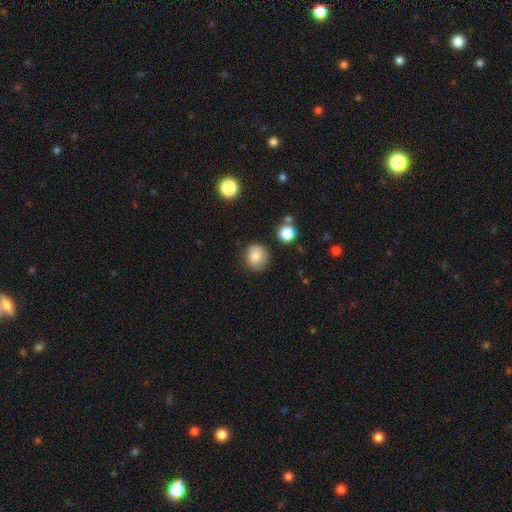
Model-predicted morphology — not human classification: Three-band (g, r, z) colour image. It shows a smooth galaxy with no disk features (82%) that is round (85%). Merging: none (80%).